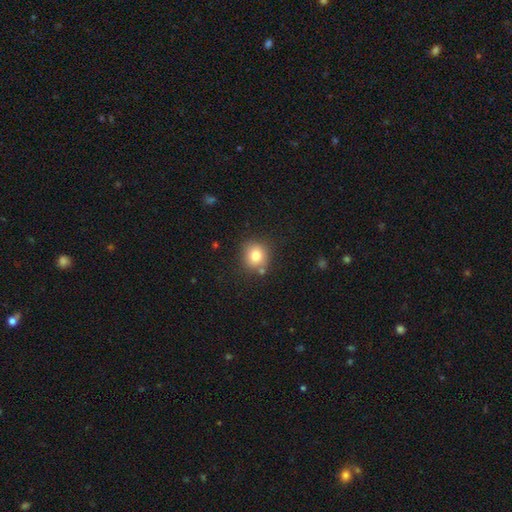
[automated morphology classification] Overall: smooth (80%). How rounded: round (87%). Merging: none (79%).